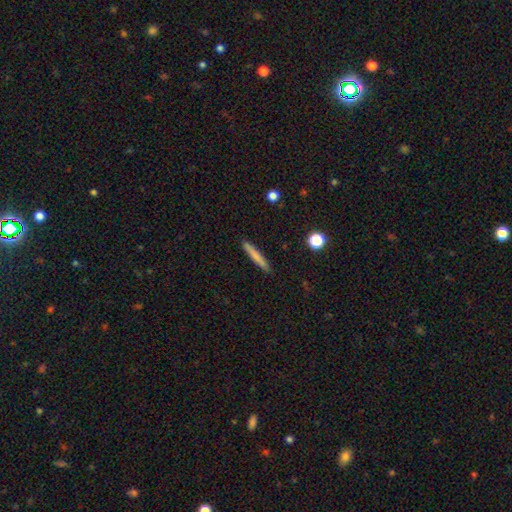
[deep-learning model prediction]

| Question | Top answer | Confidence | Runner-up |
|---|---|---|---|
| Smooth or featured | smooth | 72% | featured or disk (21%) |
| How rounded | cigar-shaped | 95% | in between (4%) |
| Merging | none | 91% | minor disturbance (6%) |